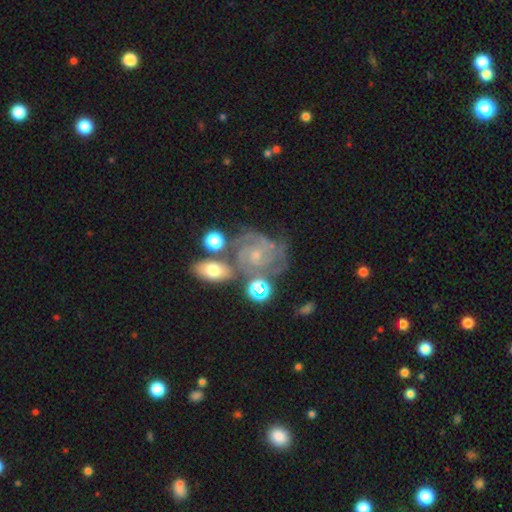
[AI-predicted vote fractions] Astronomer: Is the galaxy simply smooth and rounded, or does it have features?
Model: featured or disk — 84%.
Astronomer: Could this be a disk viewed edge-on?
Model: no — 97%.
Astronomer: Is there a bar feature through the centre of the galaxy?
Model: no — 67%.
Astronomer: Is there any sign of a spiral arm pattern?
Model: yes — 96%.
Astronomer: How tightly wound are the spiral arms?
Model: tight — 64%.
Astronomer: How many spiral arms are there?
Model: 3 — 32% (runner-up: can't tell, 23%).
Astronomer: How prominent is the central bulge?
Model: small — 74%.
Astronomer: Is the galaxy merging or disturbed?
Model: none — 52%.